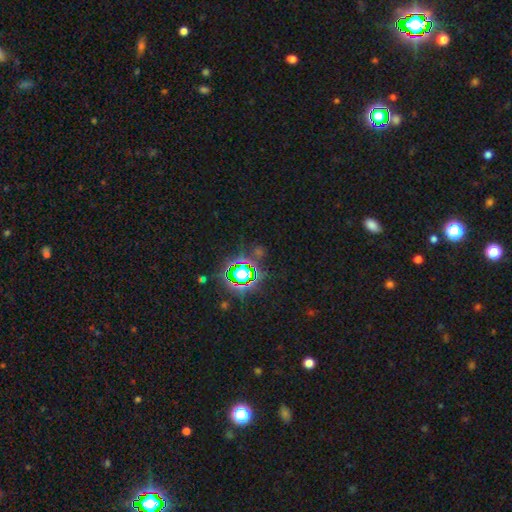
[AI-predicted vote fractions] star or artifact 76%, smooth 16%, featured or disk 8%.